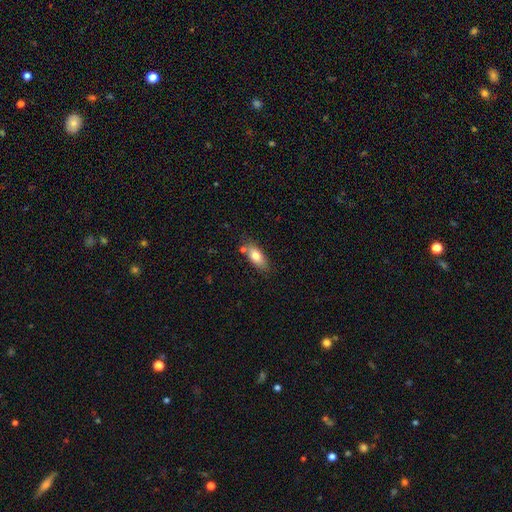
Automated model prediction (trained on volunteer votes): Q: Smooth or featured?
A: smooth (77%); runner-up: featured or disk (16%)
Q: How rounded?
A: in between (84%); runner-up: cigar-shaped (12%)
Q: Merging?
A: none (71%); runner-up: minor disturbance (17%)